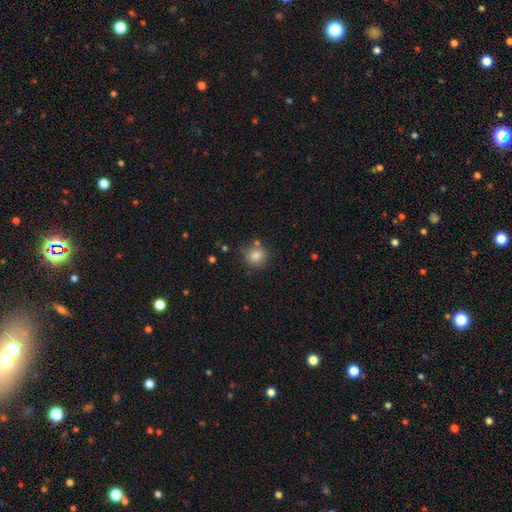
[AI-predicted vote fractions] Smooth or featured?
  - smooth: 84% *
  - star or artifact: 11%
  - featured or disk: 6%
How rounded?
  - round: 91% *
  - in between: 8%
  - cigar-shaped: 1%
Merging?
  - none: 77% *
  - minor disturbance: 12%
  - merger: 8%
  - major disturbance: 3%